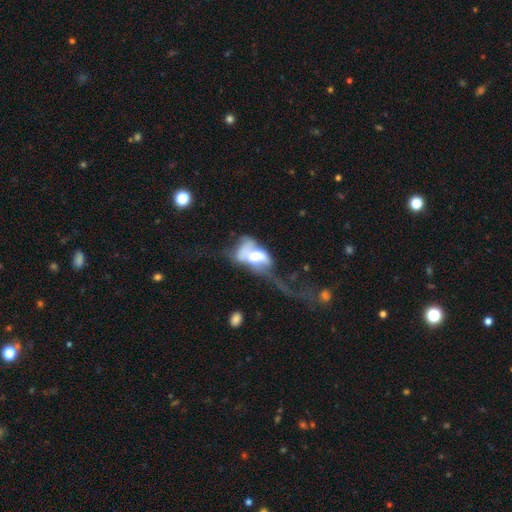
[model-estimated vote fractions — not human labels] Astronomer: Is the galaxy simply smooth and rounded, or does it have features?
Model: featured or disk — 55% (runner-up: smooth, 36%).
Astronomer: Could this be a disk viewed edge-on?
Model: no — 92%.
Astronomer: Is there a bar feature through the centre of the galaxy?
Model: no — 68%.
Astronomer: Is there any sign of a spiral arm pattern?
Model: no — 70%.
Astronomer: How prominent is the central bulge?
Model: moderate — 49% (runner-up: large, 35%).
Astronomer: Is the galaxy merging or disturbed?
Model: major disturbance — 55%.